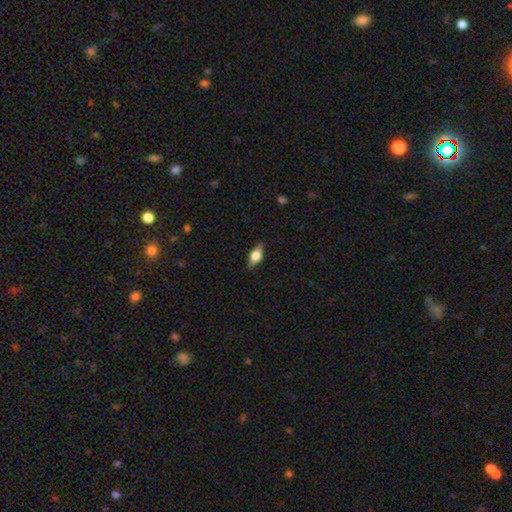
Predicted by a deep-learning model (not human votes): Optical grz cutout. It shows a featured or disk galaxy (47%). Merging: none (84%).